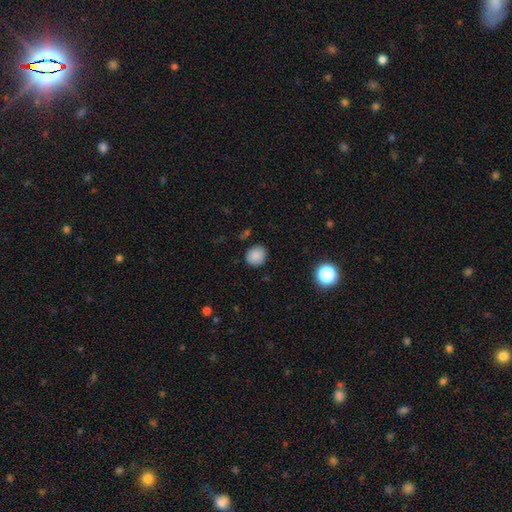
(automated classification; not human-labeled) Morphology: type=smooth (86%); roundness=round (85%); merging=none (86%).